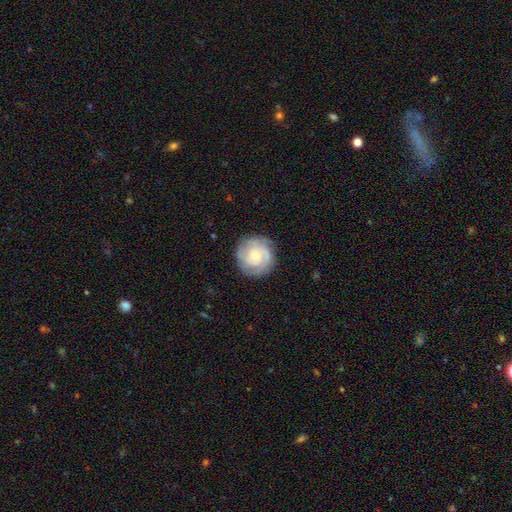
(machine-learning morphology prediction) Overall: featured or disk (69%). Edge-on disk: no (98%). Bar: no (76%). Spiral arms: yes (91%). Spiral arm count: 2 (34%; can't tell 30%). Spiral winding: tight (70%). Bulge size: small (62%; moderate 27%). Merging: none (81%).